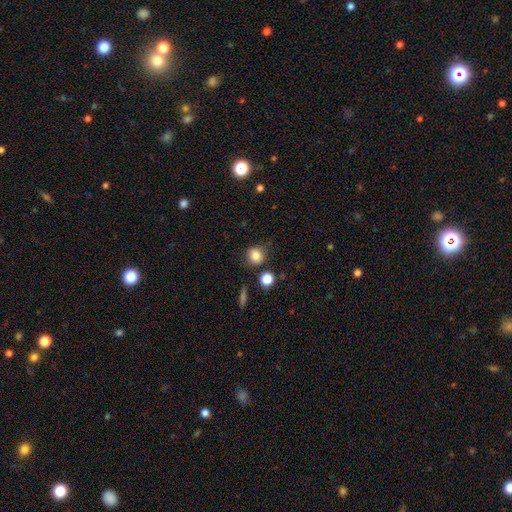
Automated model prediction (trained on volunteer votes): Q: Smooth or featured?
A: smooth (83%); runner-up: star or artifact (11%)
Q: How rounded?
A: round (82%); runner-up: in between (17%)
Q: Merging?
A: none (77%); runner-up: minor disturbance (14%)